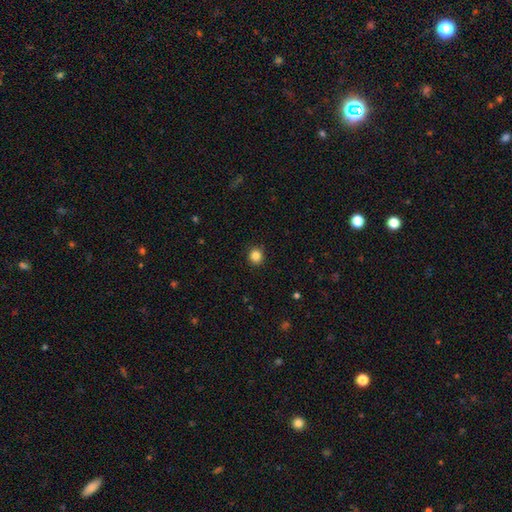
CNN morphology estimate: The model was most divided on "smooth or featured": smooth: 85%, star or artifact: 11%, featured or disk: 4%. More confident: merging — none (91%); how rounded — round (90%).